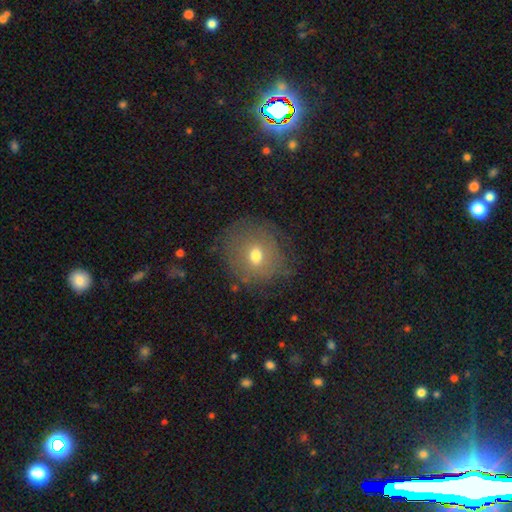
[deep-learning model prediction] A smooth galaxy with no disk features (57%) that is round (77%). Merging: none (74%).